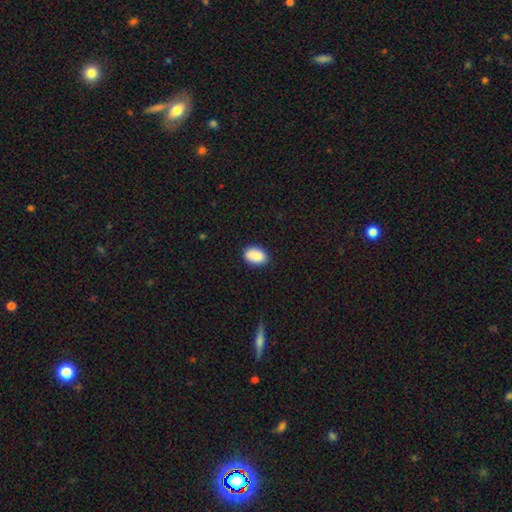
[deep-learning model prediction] A smooth galaxy with no disk features (88%) that is in between round and cigar-shaped (83%). Merging: none (81%).